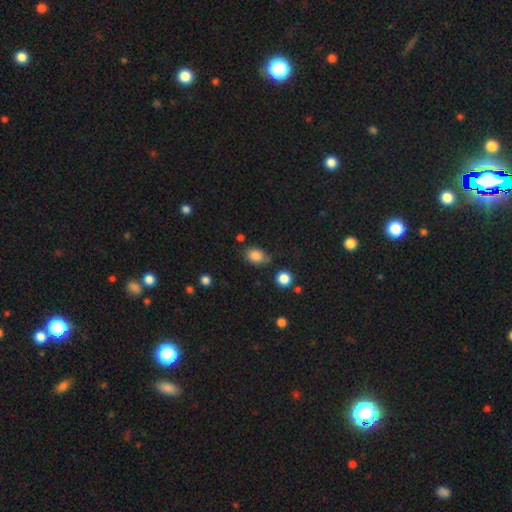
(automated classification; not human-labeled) Smooth or featured?
  - smooth: 84% *
  - star or artifact: 10%
  - featured or disk: 6%
How rounded?
  - in between: 70% *
  - round: 29%
  - cigar-shaped: 1%
Merging?
  - none: 71% *
  - minor disturbance: 20%
  - merger: 5%
  - major disturbance: 4%